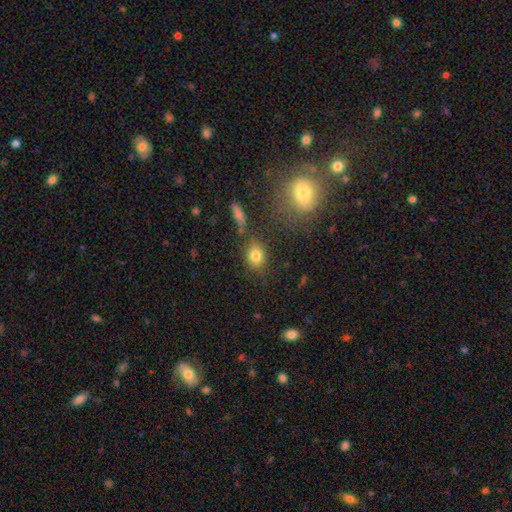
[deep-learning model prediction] Morphology: type=smooth (80%); roundness=in between (58%); merging=none (77%).